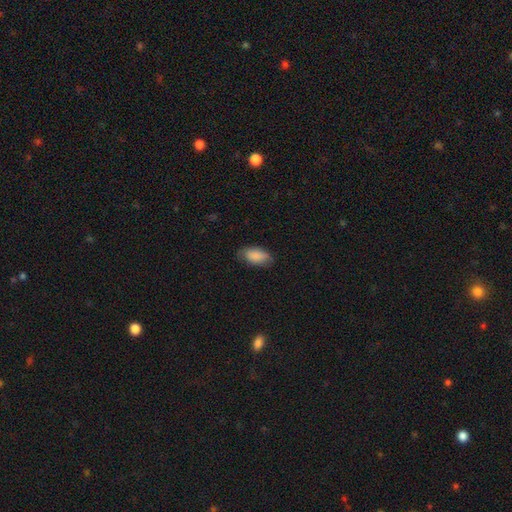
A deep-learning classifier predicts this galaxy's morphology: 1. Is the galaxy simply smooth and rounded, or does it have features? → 85% smooth, 8% featured or disk, 7% star or artifact.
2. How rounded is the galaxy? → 93% in between, 4% cigar-shaped, 3% round.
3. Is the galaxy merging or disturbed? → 71% none, 23% minor disturbance, 5% major disturbance, 1% merger.